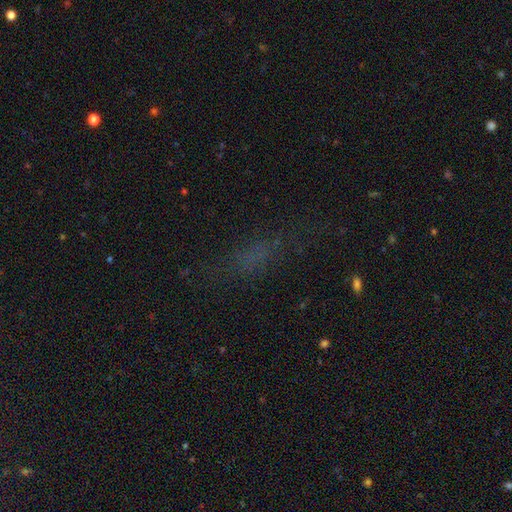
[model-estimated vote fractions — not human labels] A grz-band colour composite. It shows a smooth galaxy with no disk features (48%). Merging: none (63%).